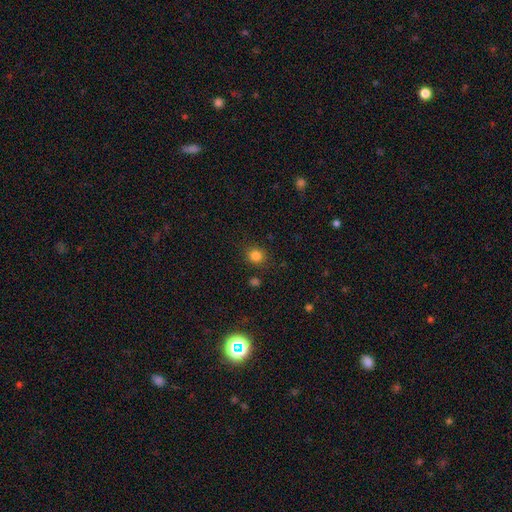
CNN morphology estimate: The model was most divided on "smooth or featured": smooth: 82%, star or artifact: 13%, featured or disk: 5%. More confident: merging — none (85%); how rounded — round (84%).